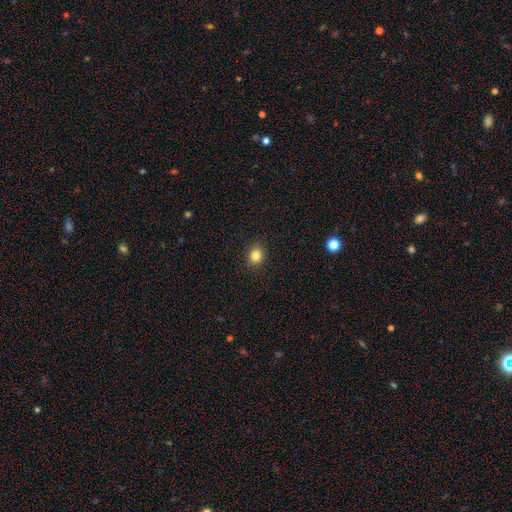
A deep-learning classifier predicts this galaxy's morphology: Q: Smooth or featured?
A: smooth (83%); runner-up: star or artifact (11%)
Q: How rounded?
A: round (60%); runner-up: in between (39%)
Q: Merging?
A: none (90%); runner-up: minor disturbance (7%)